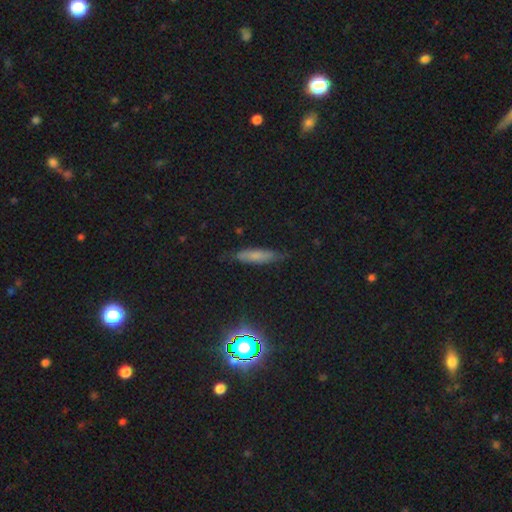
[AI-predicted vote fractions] smooth 58%, featured or disk 25%, star or artifact 16%. Down the decision tree: how rounded — cigar-shaped (67%); merging — none (77%).